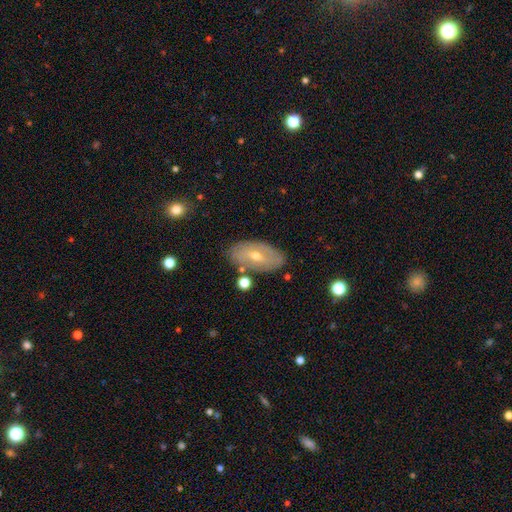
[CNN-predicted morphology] smooth_or_featured: featured or disk (p=0.56) [alt: smooth p=0.36]
disk_edge_on: no (p=0.86) [alt: yes p=0.14]
merging: none (p=0.78) [alt: minor disturbance p=0.15]